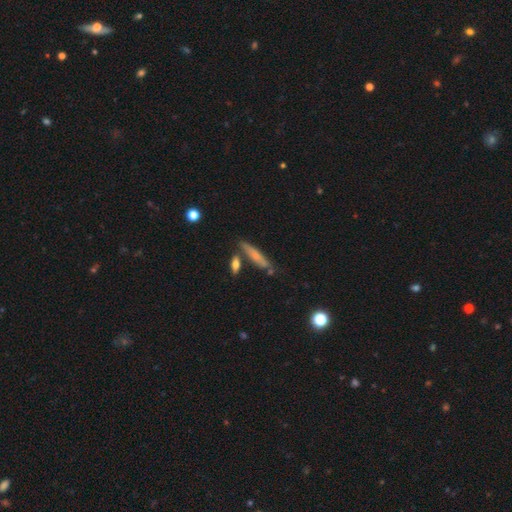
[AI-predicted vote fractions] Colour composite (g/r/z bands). It shows a smooth galaxy with no disk features (65%) that is cigar-shaped (86%). Merging: none (71%).